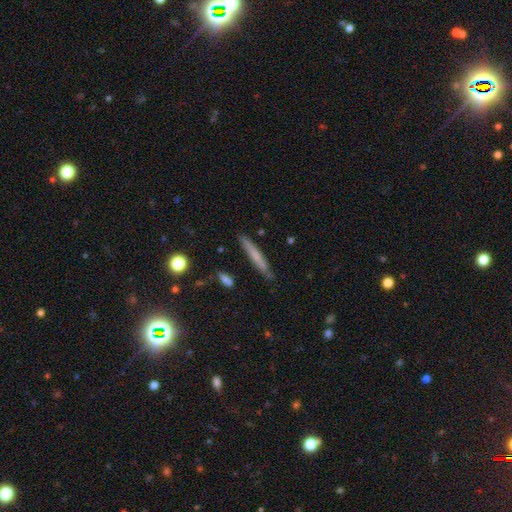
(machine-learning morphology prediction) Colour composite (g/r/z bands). It shows a smooth galaxy with no disk features (62%) that is cigar-shaped (94%). Merging: none (84%).